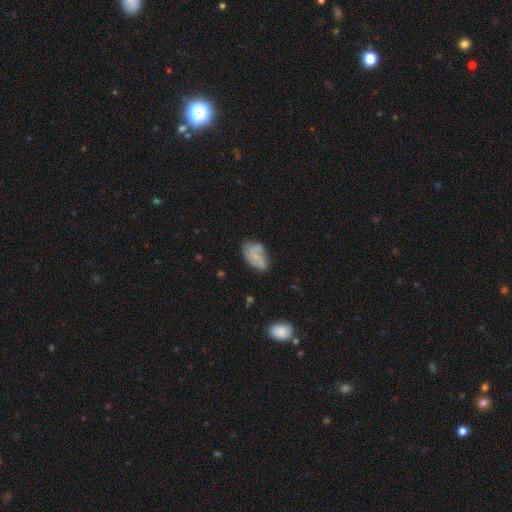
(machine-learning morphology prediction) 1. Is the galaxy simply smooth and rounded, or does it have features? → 52% featured or disk, 40% smooth, 8% star or artifact.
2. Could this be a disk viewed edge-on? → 96% no, 4% yes.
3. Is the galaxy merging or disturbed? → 49% none, 32% minor disturbance, 13% major disturbance, 6% merger.